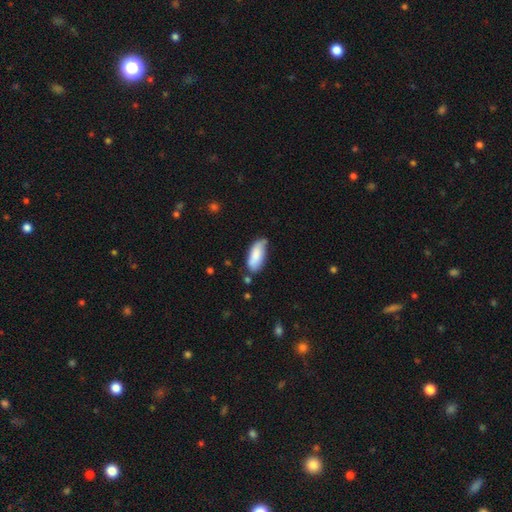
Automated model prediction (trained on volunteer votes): A smooth galaxy with no disk features (81%) that is in between round and cigar-shaped (81%). Merging: none (59%).